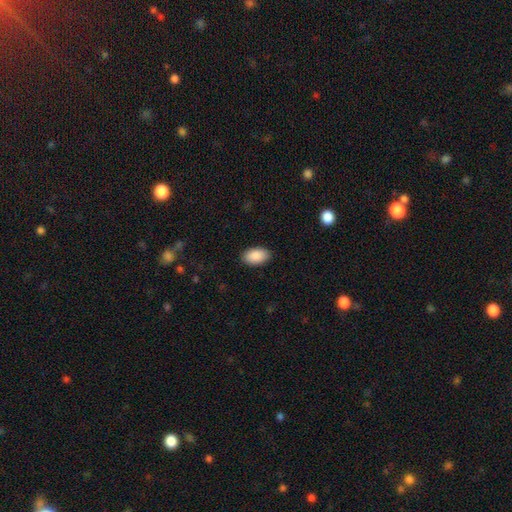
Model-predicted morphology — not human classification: A smooth galaxy with no disk features (90%) that is in between round and cigar-shaped (95%).

Vote fractions:
- Smooth or featured? smooth: 90% / star or artifact: 6% / featured or disk: 4%
- How rounded? in between: 95% / round: 4% / cigar-shaped: 1%
- Merging? none: 89% / minor disturbance: 8% / major disturbance: 2% / merger: 1%